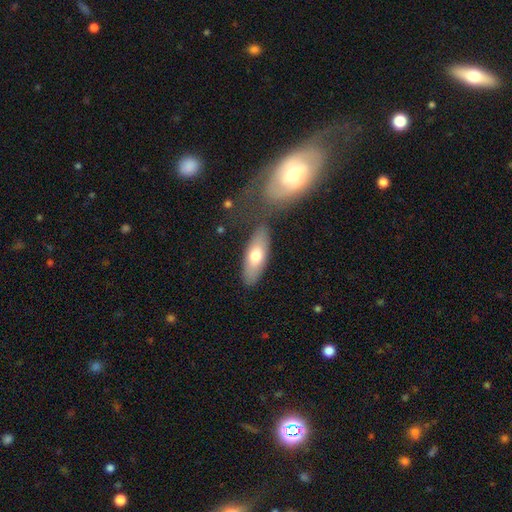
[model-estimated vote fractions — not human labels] Smooth or featured: smooth — 68% (featured or disk — 26%)
How rounded: in between — 72% (cigar-shaped — 25%)
Merging: none — 79% (minor disturbance — 12%)